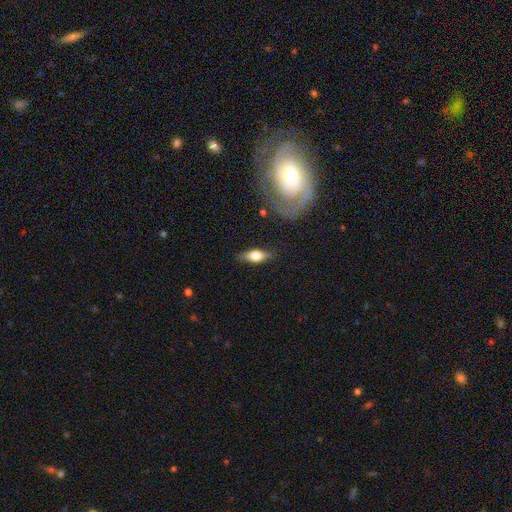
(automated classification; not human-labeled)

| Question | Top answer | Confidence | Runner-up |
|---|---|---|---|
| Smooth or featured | smooth | 51% | featured or disk (42%) |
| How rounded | in between | 66% | cigar-shaped (29%) |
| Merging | none | 82% | minor disturbance (13%) |